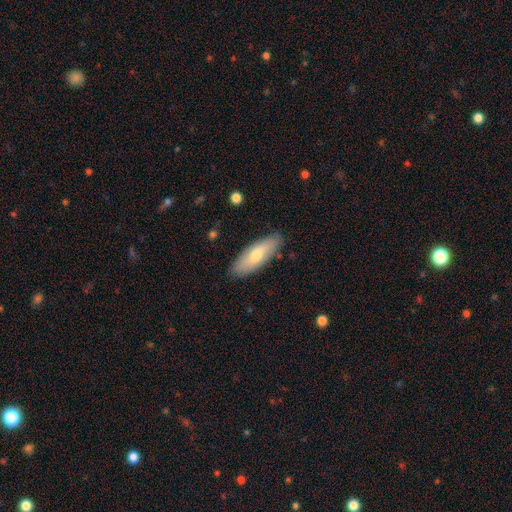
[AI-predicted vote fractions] This is likely a smooth galaxy (68%). How rounded: possibly in between (59%). Merging: clearly none (86%).